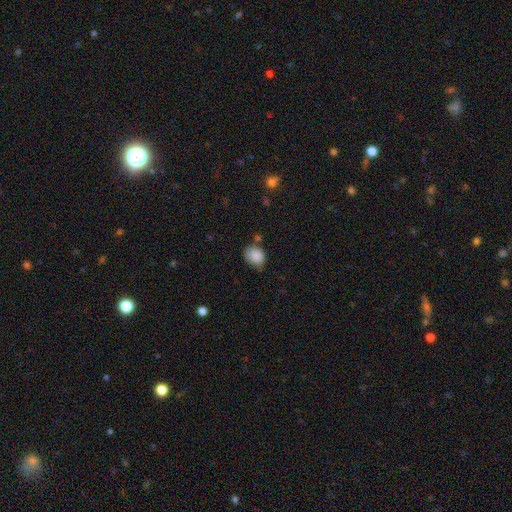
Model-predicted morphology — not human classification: smooth 87%, star or artifact 9%, featured or disk 5%. Down the decision tree: how rounded — round (55%); merging — none (60%).